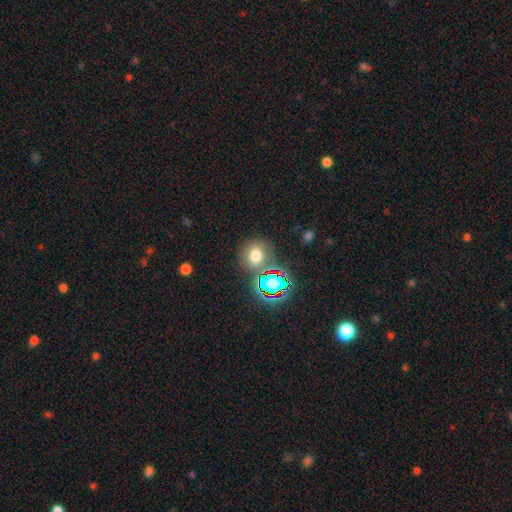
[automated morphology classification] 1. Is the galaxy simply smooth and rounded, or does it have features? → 66% smooth, 24% star or artifact, 11% featured or disk.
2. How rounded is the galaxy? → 71% round, 28% in between, 1% cigar-shaped.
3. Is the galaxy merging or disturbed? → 74% none, 12% minor disturbance, 9% merger, 5% major disturbance.